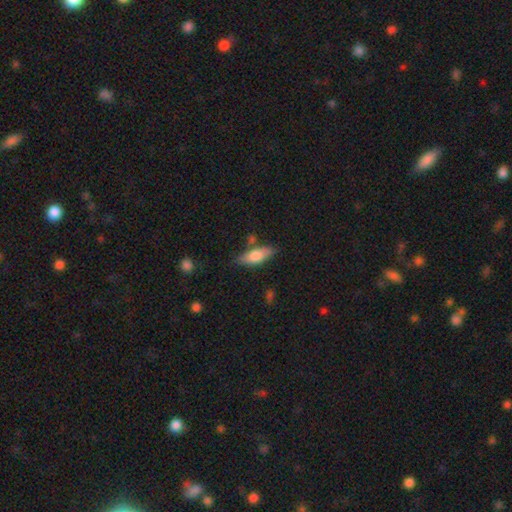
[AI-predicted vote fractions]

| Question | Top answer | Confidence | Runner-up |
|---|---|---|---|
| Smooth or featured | smooth | 70% | featured or disk (23%) |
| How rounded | in between | 69% | cigar-shaped (28%) |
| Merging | none | 71% | minor disturbance (17%) |